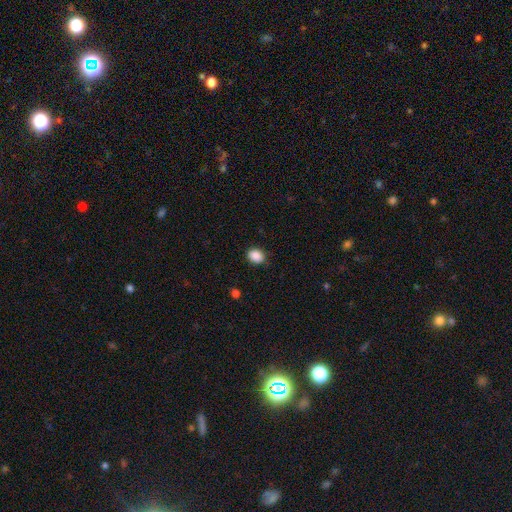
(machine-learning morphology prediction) smooth-or-featured: smooth: 89% | star or artifact: 8% | featured or disk: 3%
  how-rounded: in between: 50% | round: 49% | cigar-shaped: 1%
  merging: none: 86% | minor disturbance: 11% | major disturbance: 3% | merger: 1%